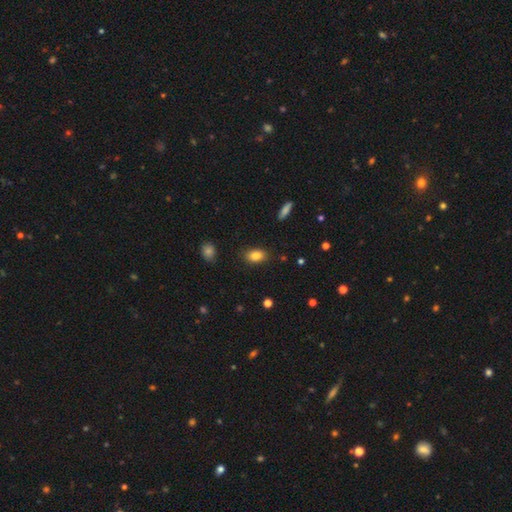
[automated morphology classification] type=smooth (84%); roundness=in between (85%); merging=none (84%).